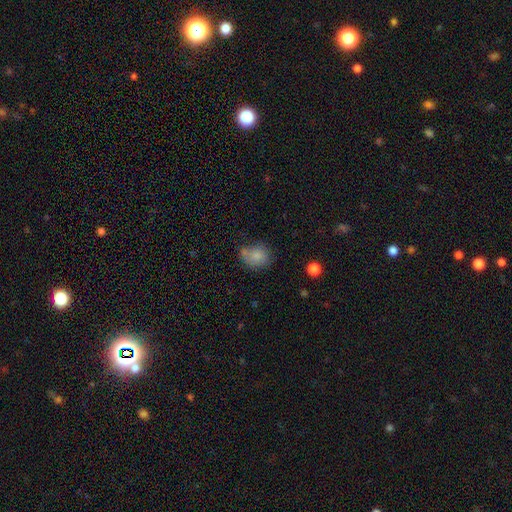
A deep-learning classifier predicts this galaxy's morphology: smooth_or_featured: smooth (p=0.83) [alt: star or artifact p=0.09]
how_rounded: round (p=0.58) [alt: in between p=0.40]
merging: none (p=0.58) [alt: minor disturbance p=0.24]